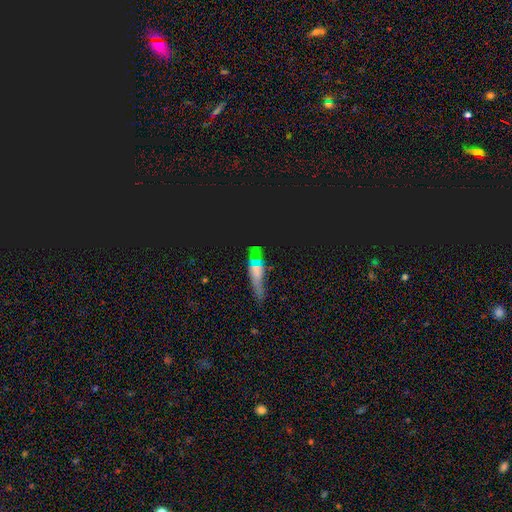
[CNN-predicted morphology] This is possibly a star or artifact rather than a galaxy (45%).